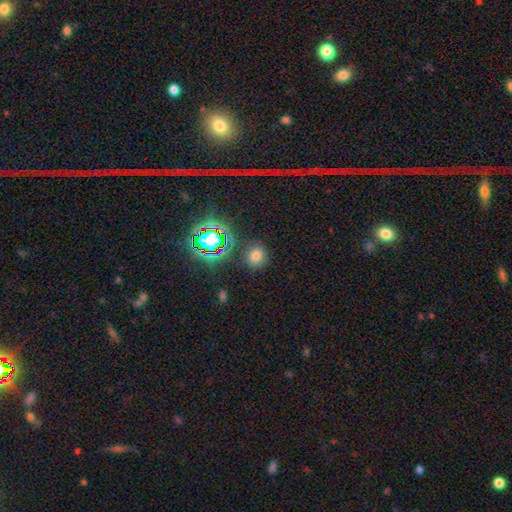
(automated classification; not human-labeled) Smooth or featured? Predicted: smooth (p=0.69). How rounded? Predicted: round (p=0.82). Merging? Predicted: none (p=0.84).